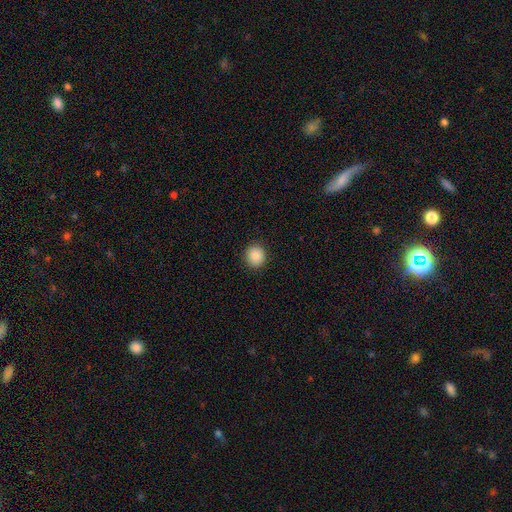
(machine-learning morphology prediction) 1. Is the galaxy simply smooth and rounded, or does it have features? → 88% smooth, 9% star or artifact, 4% featured or disk.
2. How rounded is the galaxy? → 88% round, 11% in between, 1% cigar-shaped.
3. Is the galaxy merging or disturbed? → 91% none, 6% minor disturbance, 2% major disturbance, 1% merger.